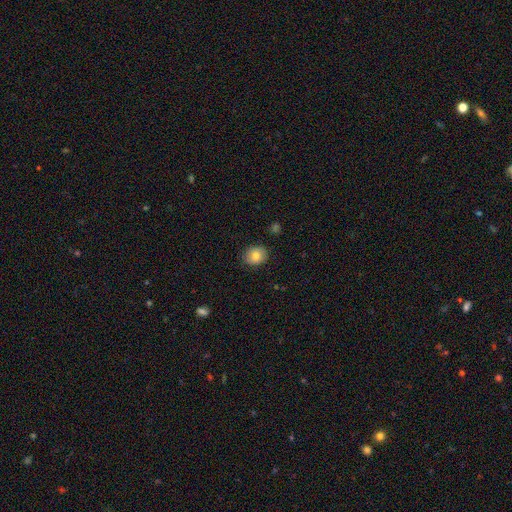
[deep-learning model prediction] Morphology: type=smooth (78%); roundness=round (67%); merging=none (86%).